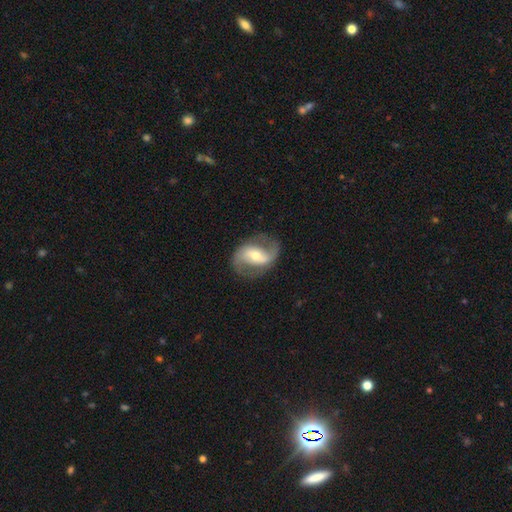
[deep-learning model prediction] Morphology: type=featured or disk (83%); edge-on=no (97%); bar=weak (40%); spiral arms=yes (93%); winding=loose (44%); arm count=2 (91%); bulge=moderate (58%); merging=none (80%).